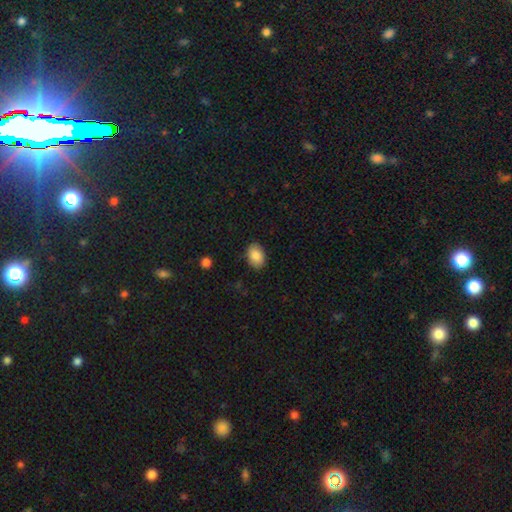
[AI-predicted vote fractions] Smooth or featured? smooth (87%)
How rounded? in between (85%)
Merging? none (87%)